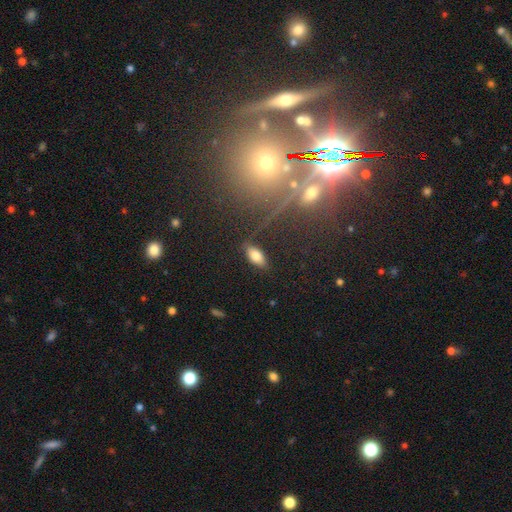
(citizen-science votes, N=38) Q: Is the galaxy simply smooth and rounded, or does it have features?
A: smooth — 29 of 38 (76%).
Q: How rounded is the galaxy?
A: in between — 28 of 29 (97%).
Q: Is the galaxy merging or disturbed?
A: none — 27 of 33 (82%).